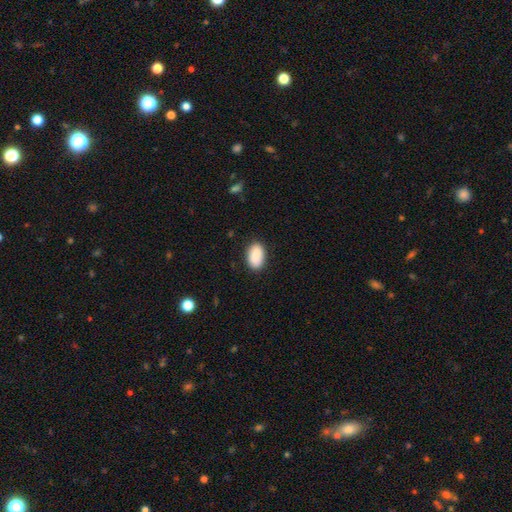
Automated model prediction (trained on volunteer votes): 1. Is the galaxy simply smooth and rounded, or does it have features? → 90% smooth, 6% star or artifact, 4% featured or disk.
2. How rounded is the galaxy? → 92% in between, 6% round, 1% cigar-shaped.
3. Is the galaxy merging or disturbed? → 87% none, 10% minor disturbance, 2% major disturbance, 1% merger.